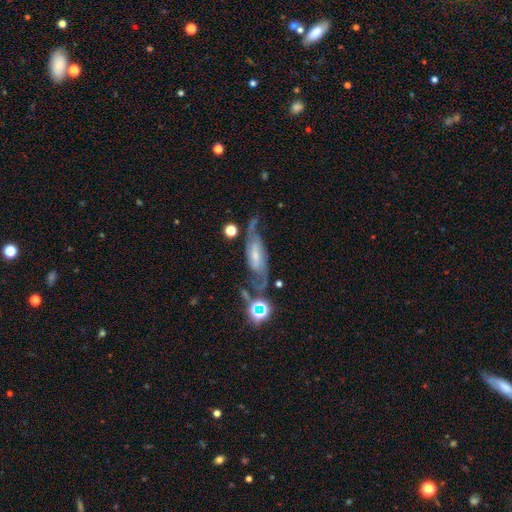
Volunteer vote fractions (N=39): This is clearly a featured or disk galaxy (90%). It is clearly not viewed edge-on (97%). Bar: possibly weak (50%). Spiral arm pattern: clearly yes (97%). Spiral arm count: clearly 2 (100%). Spiral winding: likely loose (76%). Central bulge: marginally small (44%). Merging: marginally none (39%).